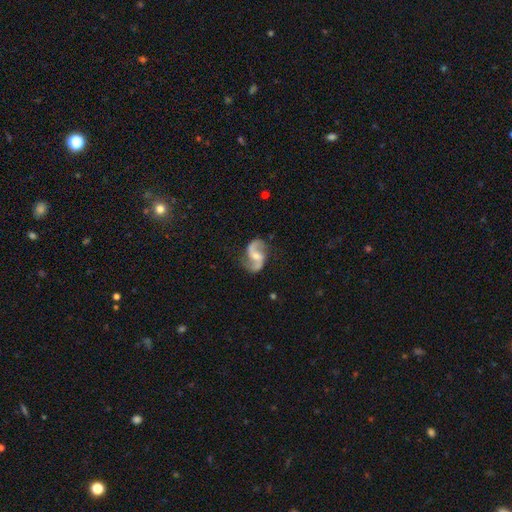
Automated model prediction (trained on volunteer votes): smooth_or_featured: featured or disk (p=0.89) [alt: smooth p=0.06]
disk_edge_on: no (p=0.98) [alt: yes p=0.02]
bar: weak (p=0.48) [alt: no p=0.34]
has_spiral_arms: yes (p=0.97) [alt: no p=0.03]
spiral_winding: loose (p=0.57) [alt: medium p=0.37]
spiral_arm_count: 2 (p=0.94) [alt: can't tell p=0.02]
bulge_size: moderate (p=0.44) [alt: small p=0.41]
merging: none (p=0.77) [alt: minor disturbance p=0.15]